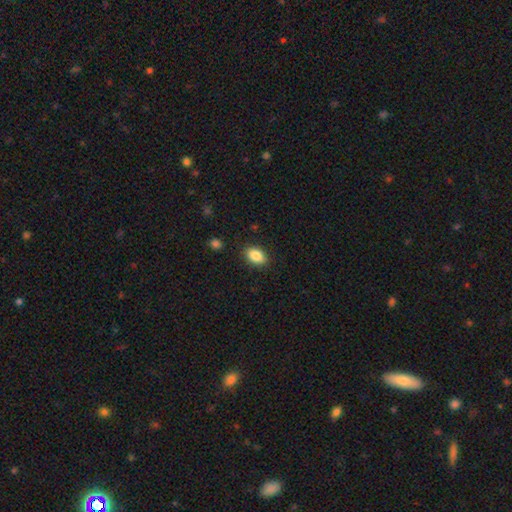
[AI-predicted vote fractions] This appears to be a smooth galaxy with no disk features (87%) that is in between round and cigar-shaped (88%). Merging: none (87%).